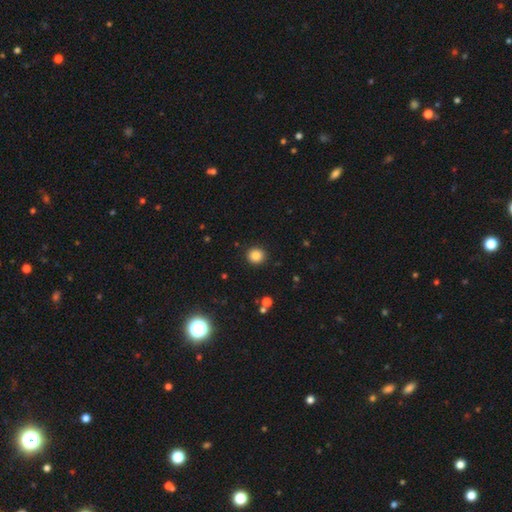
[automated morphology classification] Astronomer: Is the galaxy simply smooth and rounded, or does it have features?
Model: smooth — 86%.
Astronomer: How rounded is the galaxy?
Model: round — 91%.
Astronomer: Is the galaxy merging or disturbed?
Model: none — 91%.